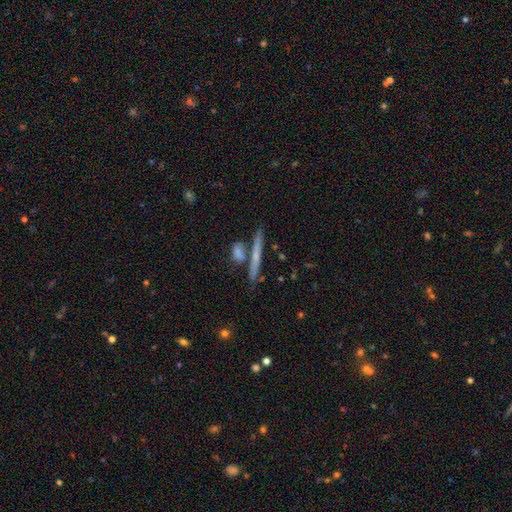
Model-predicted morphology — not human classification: Q: Smooth or featured?
A: smooth (47%); runner-up: featured or disk (45%)
Q: Merging?
A: none (75%); runner-up: merger (14%)